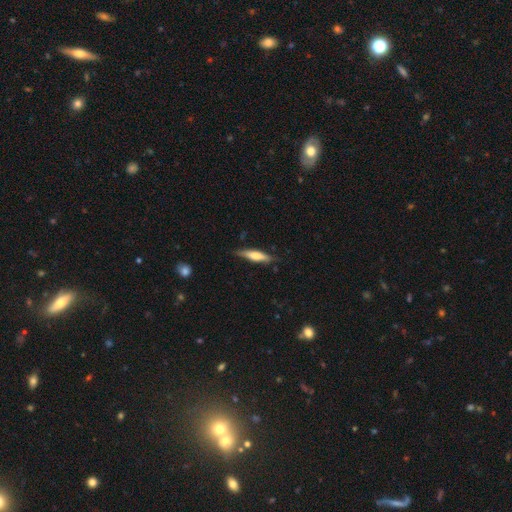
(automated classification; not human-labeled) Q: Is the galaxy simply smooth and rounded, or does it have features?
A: smooth — 58%.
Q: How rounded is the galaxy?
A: cigar-shaped — 76%.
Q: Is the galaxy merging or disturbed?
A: none — 77%.